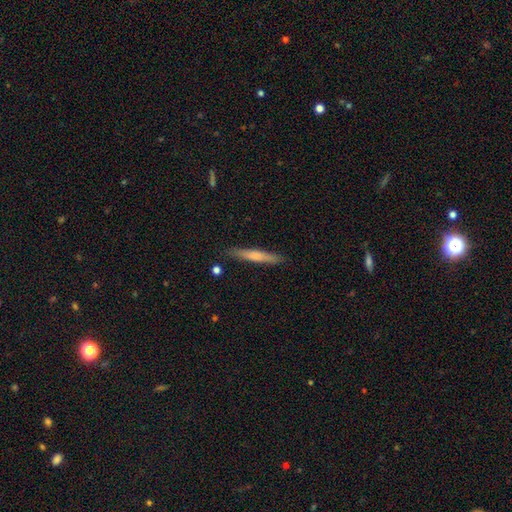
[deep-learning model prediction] Smooth or featured? smooth (63%)
How rounded? cigar-shaped (94%)
Merging? none (88%)